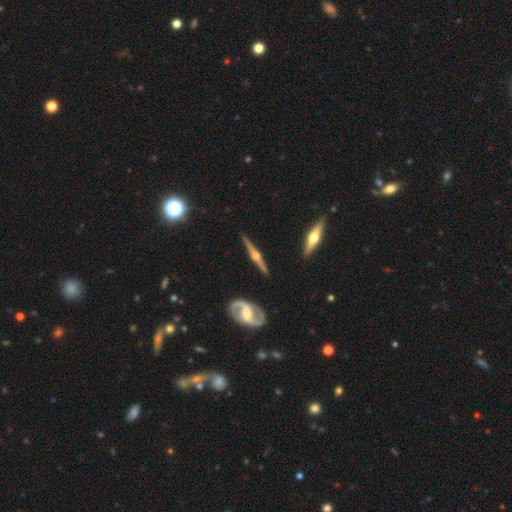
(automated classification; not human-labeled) This appears to be a featured or disk galaxy (88%) viewed edge-on (96%) with a rounded central bulge (94%). Merging: none (88%).